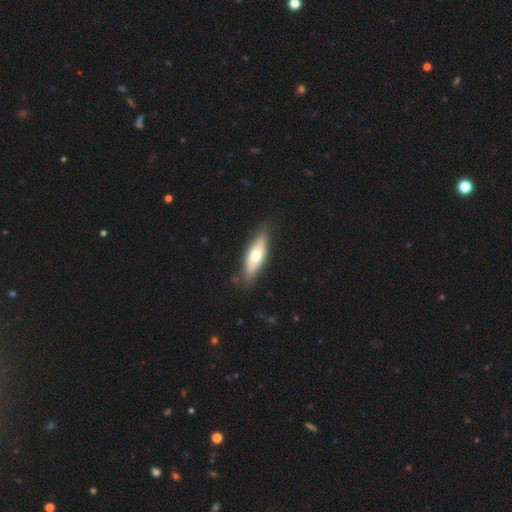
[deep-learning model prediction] Smooth or featured?
  - smooth: 59% *
  - featured or disk: 36%
  - star or artifact: 5%
How rounded?
  - in between: 56% *
  - cigar-shaped: 41%
  - round: 2%
Merging?
  - none: 81% *
  - minor disturbance: 15%
  - major disturbance: 3%
  - merger: 2%